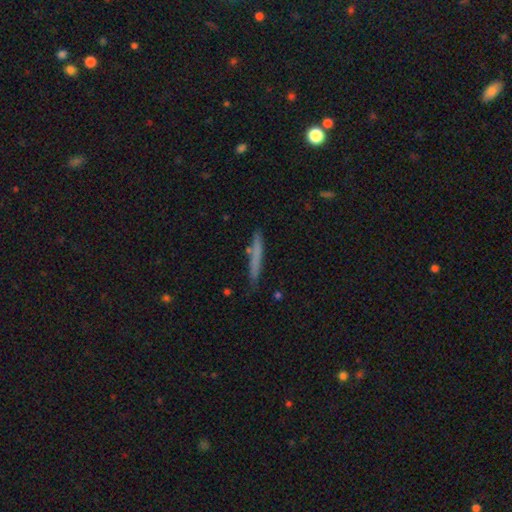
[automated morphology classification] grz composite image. It shows a smooth galaxy with no disk features (64%) that is cigar-shaped (96%). Merging: none (80%).